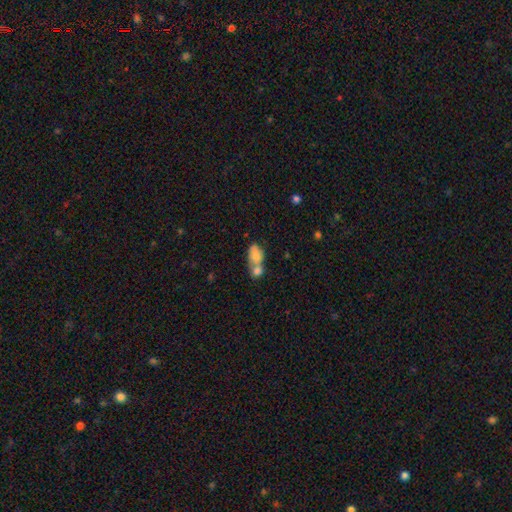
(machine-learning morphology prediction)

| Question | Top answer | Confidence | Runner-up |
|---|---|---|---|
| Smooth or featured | smooth | 72% | featured or disk (20%) |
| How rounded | in between | 82% | round (14%) |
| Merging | merger | 66% | none (20%) |